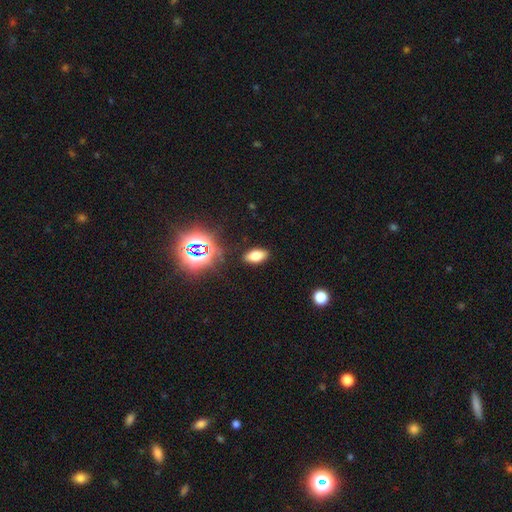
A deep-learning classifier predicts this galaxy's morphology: Q: Smooth or featured?
A: smooth (70%); runner-up: star or artifact (20%)
Q: How rounded?
A: in between (89%); runner-up: cigar-shaped (6%)
Q: Merging?
A: none (88%); runner-up: minor disturbance (8%)